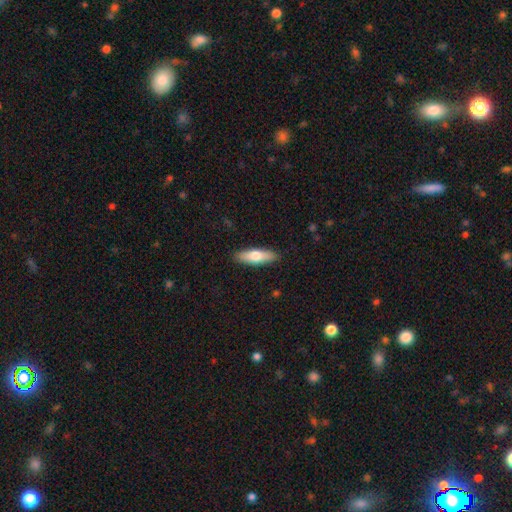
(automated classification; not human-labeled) Smooth or featured? Predicted: smooth (p=0.70). How rounded? Predicted: in between (p=0.50). Merging? Predicted: none (p=0.89).